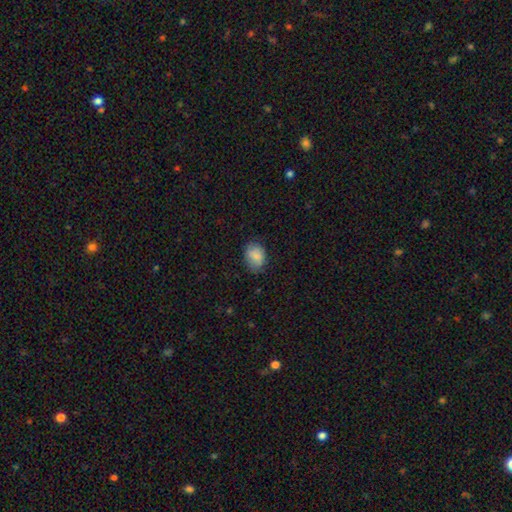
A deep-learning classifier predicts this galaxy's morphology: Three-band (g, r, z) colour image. It shows a smooth galaxy with no disk features (83%) that is in between round and cigar-shaped (59%). Merging: none (72%).